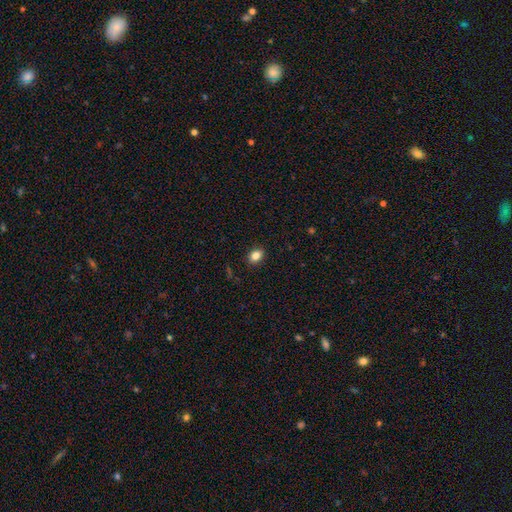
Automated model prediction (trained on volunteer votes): smooth_or_featured: smooth (p=0.84) [alt: star or artifact p=0.10]
how_rounded: in between (p=0.68) [alt: round p=0.31]
merging: none (p=0.89) [alt: minor disturbance p=0.08]